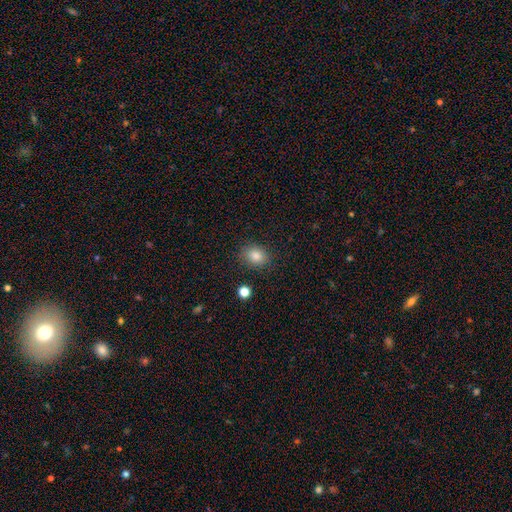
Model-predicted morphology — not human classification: smooth 84%, star or artifact 11%, featured or disk 6%. Down the decision tree: how rounded — round (51%); merging — none (86%).